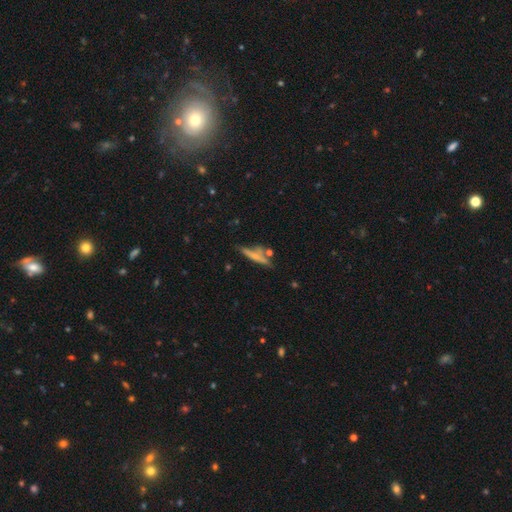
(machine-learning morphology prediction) The model was most divided on "smooth or featured": featured or disk: 47%, smooth: 44%, star or artifact: 9%. More confident: merging — none (56%).